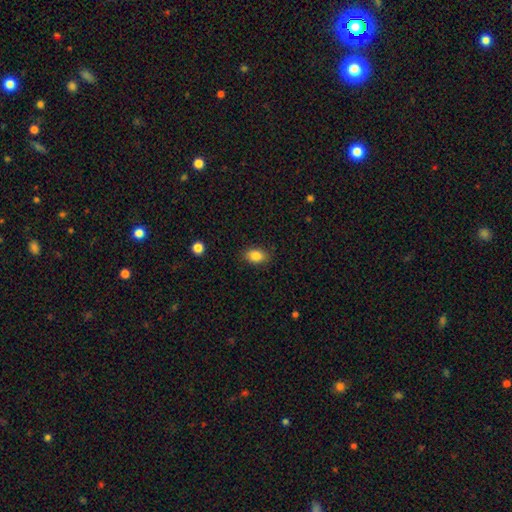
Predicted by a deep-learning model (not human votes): This appears to be a smooth galaxy with no disk features (85%) that is in between round and cigar-shaped (83%). Merging: none (86%).